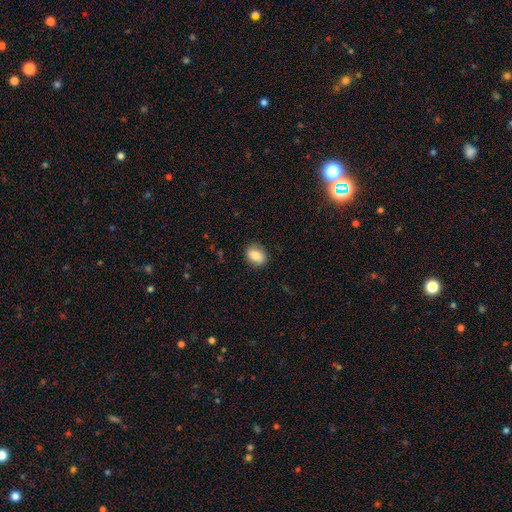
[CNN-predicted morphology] Q: Smooth or featured?
A: smooth (83%); runner-up: featured or disk (9%)
Q: How rounded?
A: in between (72%); runner-up: round (26%)
Q: Merging?
A: none (84%); runner-up: minor disturbance (12%)